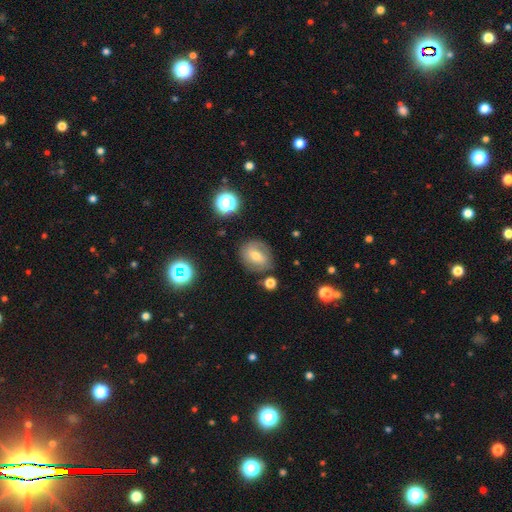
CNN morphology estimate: Smooth or featured? smooth (48%)
Merging? none (75%)